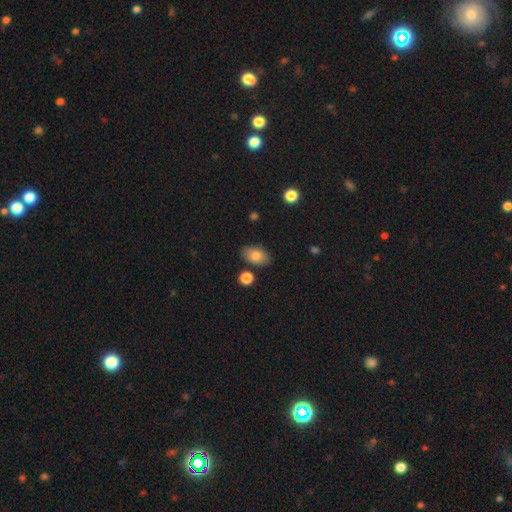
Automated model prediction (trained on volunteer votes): This appears to be a smooth galaxy with no disk features (81%) that is in between round and cigar-shaped (89%). Merging: none (81%).